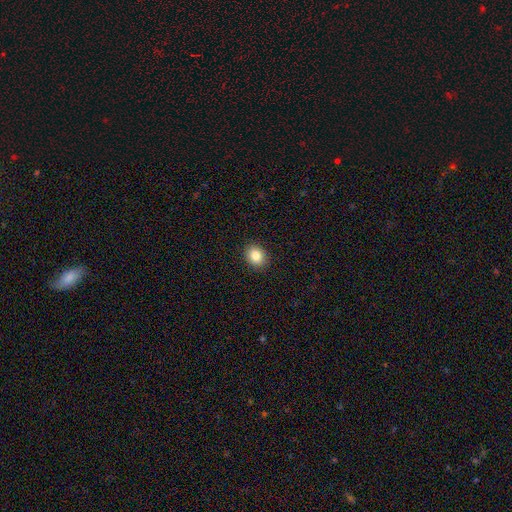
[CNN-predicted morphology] Smooth or featured?
  - smooth: 85% *
  - star or artifact: 9%
  - featured or disk: 6%
How rounded?
  - round: 52% *
  - in between: 47%
  - cigar-shaped: 1%
Merging?
  - none: 90% *
  - minor disturbance: 7%
  - major disturbance: 2%
  - merger: 1%